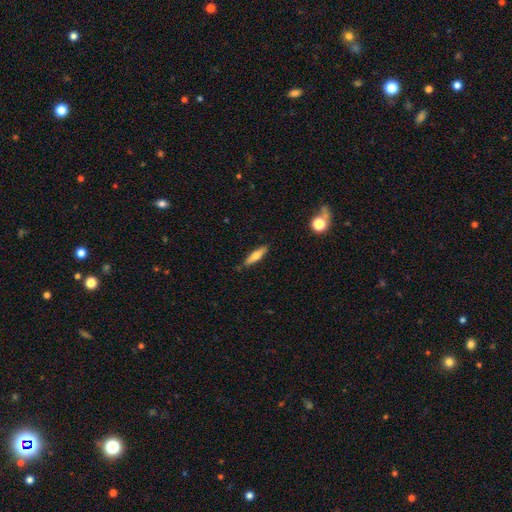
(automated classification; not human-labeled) smooth-or-featured: smooth: 61% | featured or disk: 33% | star or artifact: 6%
  how-rounded: cigar-shaped: 72% | in between: 26% | round: 2%
  merging: none: 86% | minor disturbance: 10% | major disturbance: 2% | merger: 2%